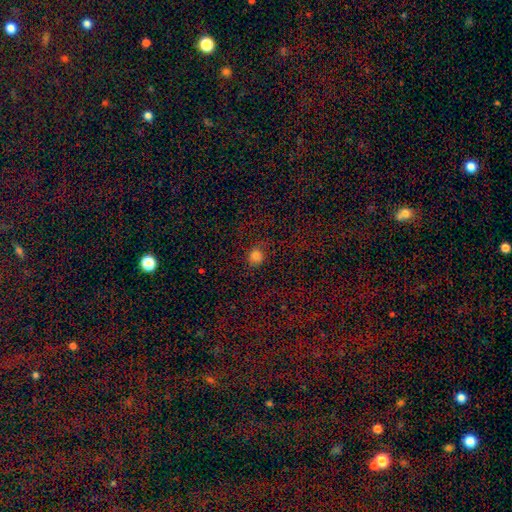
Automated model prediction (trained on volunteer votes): Smooth or featured?
  - smooth: 76% *
  - star or artifact: 15%
  - featured or disk: 9%
How rounded?
  - round: 78% *
  - in between: 21%
  - cigar-shaped: 1%
Merging?
  - none: 72% *
  - minor disturbance: 16%
  - major disturbance: 10%
  - merger: 2%